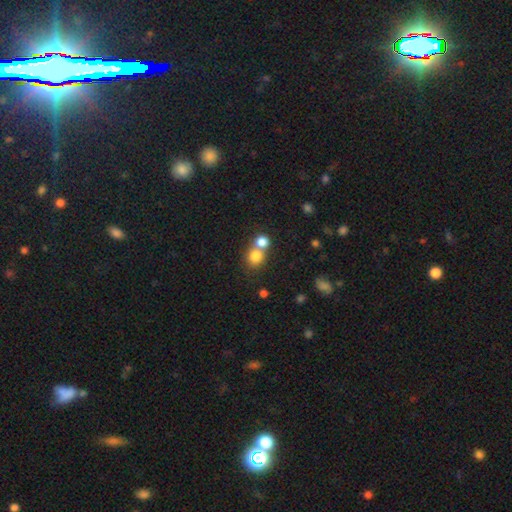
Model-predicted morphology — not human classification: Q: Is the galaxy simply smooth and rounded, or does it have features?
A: smooth — 80%.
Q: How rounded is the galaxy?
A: round — 80%.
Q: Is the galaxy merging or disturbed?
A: merger — 49%.